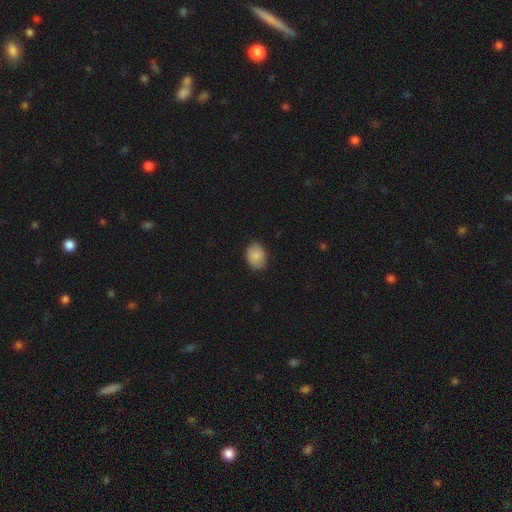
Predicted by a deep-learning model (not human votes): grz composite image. It shows a smooth galaxy with no disk features (87%) that is in between round and cigar-shaped (67%). Merging: none (85%).